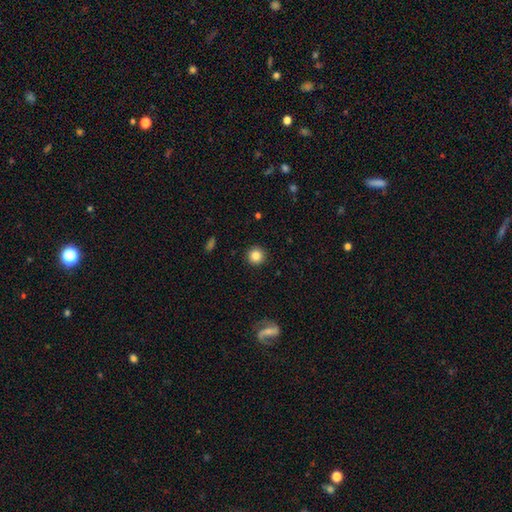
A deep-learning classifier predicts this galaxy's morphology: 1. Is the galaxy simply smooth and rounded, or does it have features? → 85% smooth, 10% star or artifact, 5% featured or disk.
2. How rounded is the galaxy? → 95% round, 4% in between, 1% cigar-shaped.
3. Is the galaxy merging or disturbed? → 92% none, 5% minor disturbance, 2% major disturbance, 1% merger.